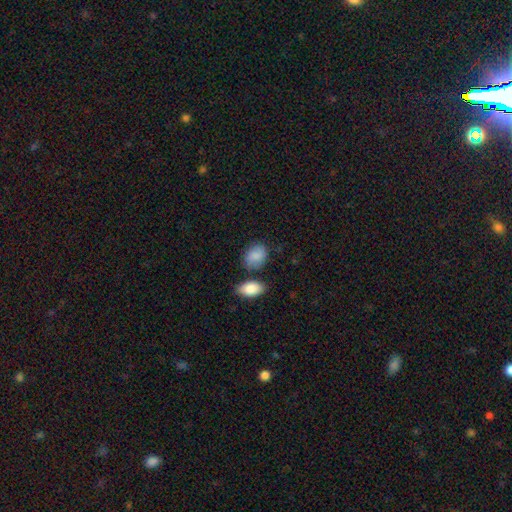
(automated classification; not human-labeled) Q: Smooth or featured?
A: smooth (85%); runner-up: featured or disk (8%)
Q: How rounded?
A: in between (71%); runner-up: round (27%)
Q: Merging?
A: none (65%); runner-up: minor disturbance (20%)